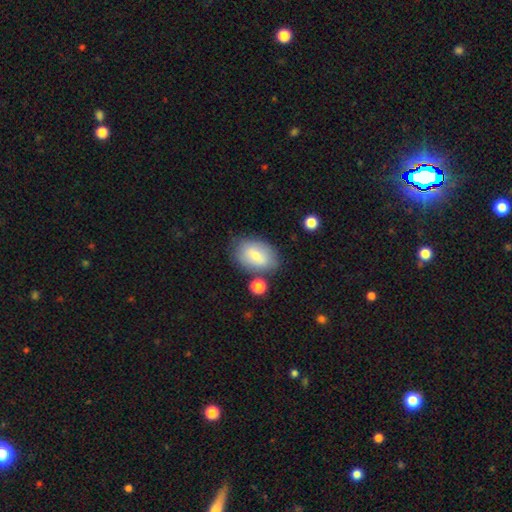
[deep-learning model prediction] smooth-or-featured: smooth: 68% | featured or disk: 24% | star or artifact: 7%
  how-rounded: in between: 85% | round: 13% | cigar-shaped: 1%
  merging: none: 72% | minor disturbance: 16% | merger: 7% | major disturbance: 4%